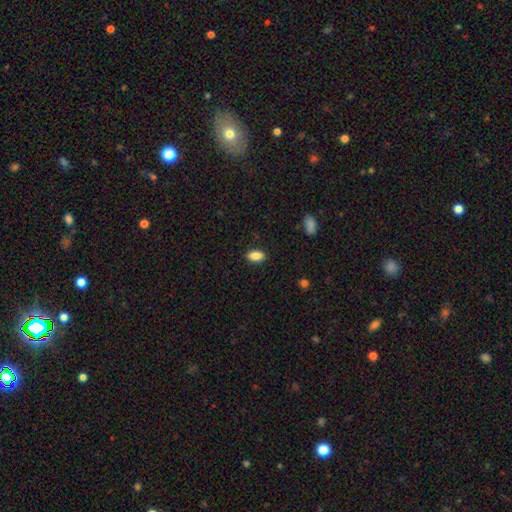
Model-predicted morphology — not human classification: This is clearly a smooth galaxy (86%). How rounded: clearly in between (89%). Merging: clearly none (87%).